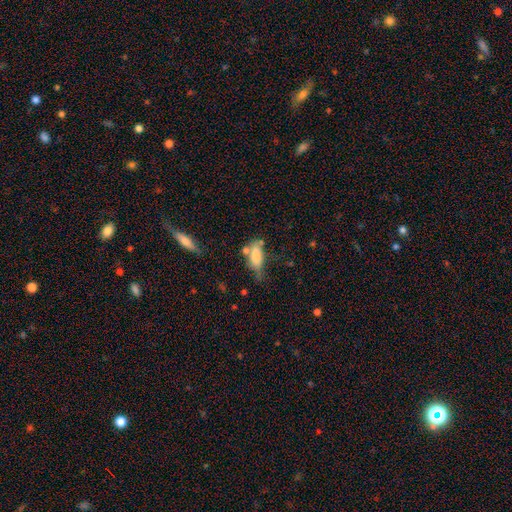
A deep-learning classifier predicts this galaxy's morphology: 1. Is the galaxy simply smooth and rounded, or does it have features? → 71% smooth, 19% featured or disk, 9% star or artifact.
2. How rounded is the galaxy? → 73% in between, 24% cigar-shaped, 3% round.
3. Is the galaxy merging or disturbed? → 31% none, 30% minor disturbance, 20% major disturbance, 18% merger.